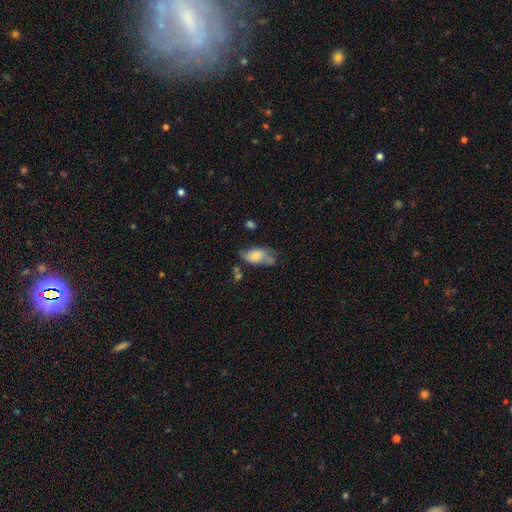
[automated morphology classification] smooth_or_featured: smooth (p=0.64) [alt: featured or disk p=0.29]
how_rounded: in between (p=0.90) [alt: round p=0.05]
merging: none (p=0.43) [alt: minor disturbance p=0.32]